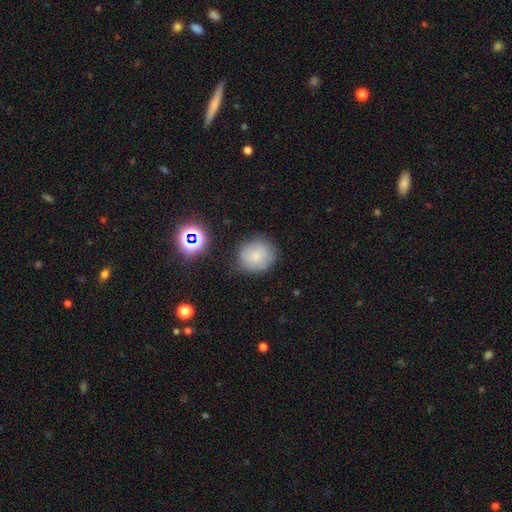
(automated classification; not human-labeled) Q: Smooth or featured?
A: smooth (70%); runner-up: featured or disk (17%)
Q: How rounded?
A: round (84%); runner-up: in between (15%)
Q: Merging?
A: none (74%); runner-up: minor disturbance (18%)